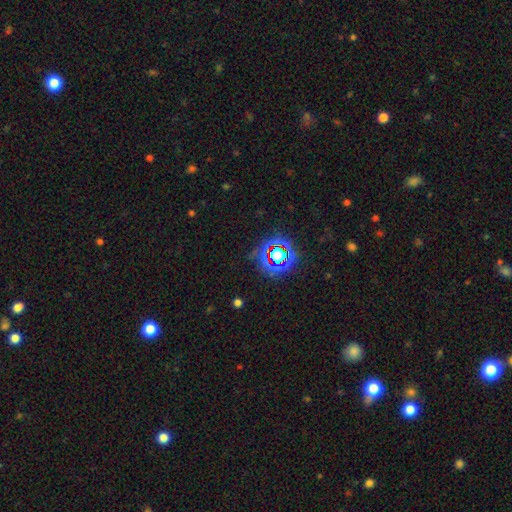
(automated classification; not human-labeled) smooth-or-featured: star or artifact: 79% | smooth: 13% | featured or disk: 8%